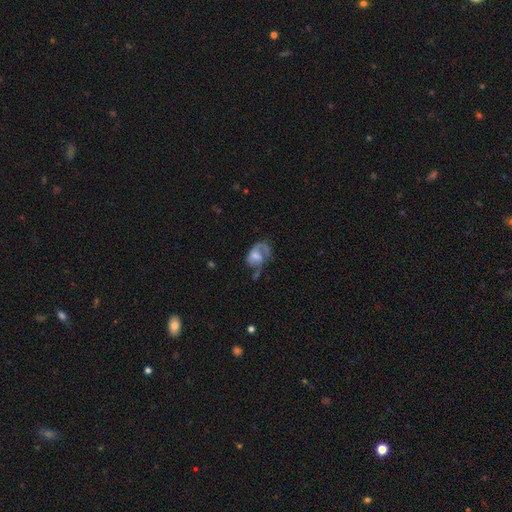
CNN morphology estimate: Smooth or featured? Predicted: featured or disk (p=0.67). Edge-on disk? Predicted: no (p=0.97). Bar? Predicted: no (p=0.59). Spiral arms? Predicted: yes (p=0.82). Spiral winding? Predicted: medium (p=0.44). Spiral arm count? Predicted: 2 (p=0.48). Bulge size? Predicted: moderate (p=0.38). Merging? Predicted: major disturbance (p=0.40).